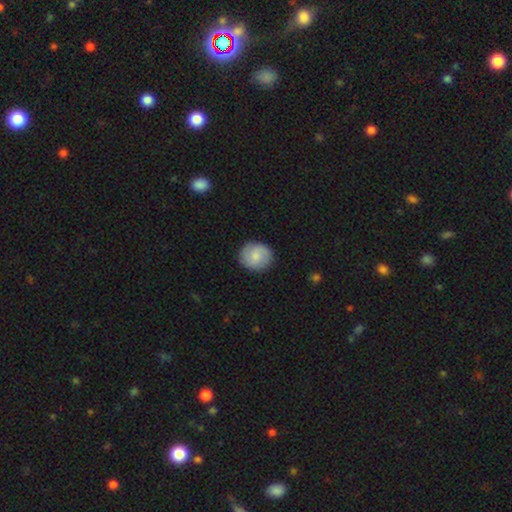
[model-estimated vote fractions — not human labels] smooth 67%, featured or disk 27%, star or artifact 6%. Down the decision tree: how rounded — round (83%); merging — none (87%).